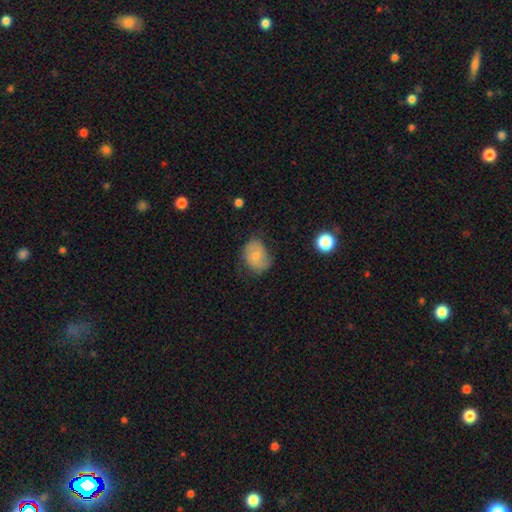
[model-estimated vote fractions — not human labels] smooth-or-featured: smooth: 64% | featured or disk: 27% | star or artifact: 8%
  how-rounded: in between: 57% | round: 42% | cigar-shaped: 1%
  merging: none: 56% | minor disturbance: 31% | major disturbance: 11% | merger: 2%